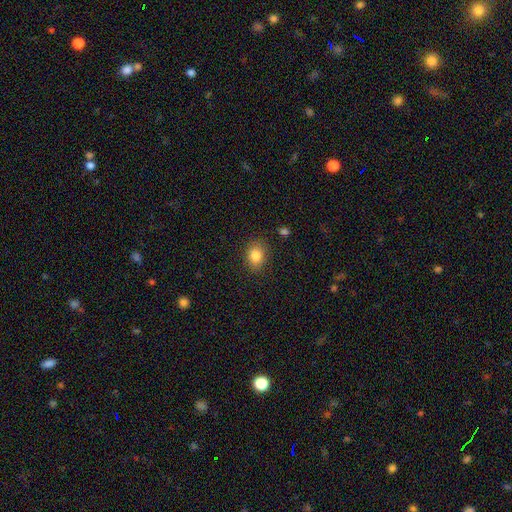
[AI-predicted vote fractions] A smooth galaxy with no disk features (83%) that is in between round and cigar-shaped (52%). Merging: none (84%).